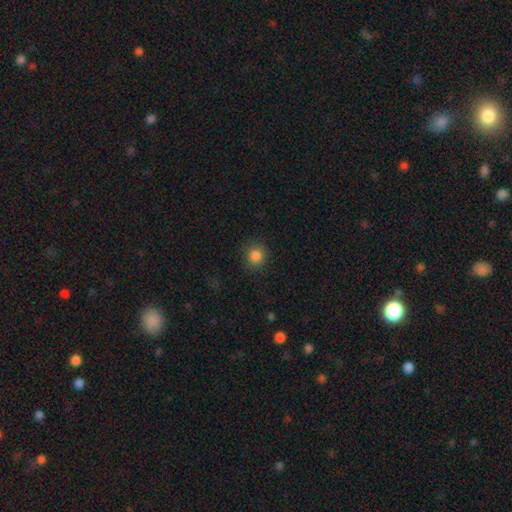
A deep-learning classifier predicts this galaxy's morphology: Overall: smooth (85%). How rounded: round (89%). Merging: none (88%).